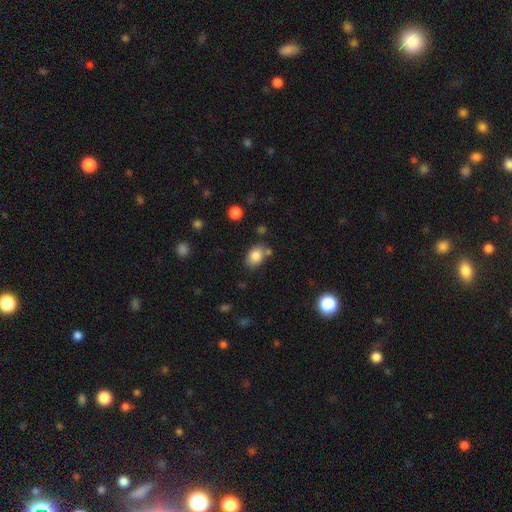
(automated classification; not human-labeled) Smooth or featured? smooth (84%)
How rounded? in between (72%)
Merging? none (69%)